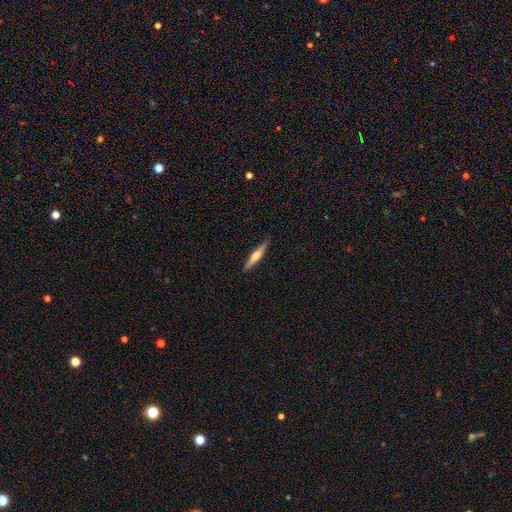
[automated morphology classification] Smooth or featured? featured or disk (56%)
Edge-on disk? yes (97%)
Edge-on bulge? rounded (80%)
Merging? none (89%)